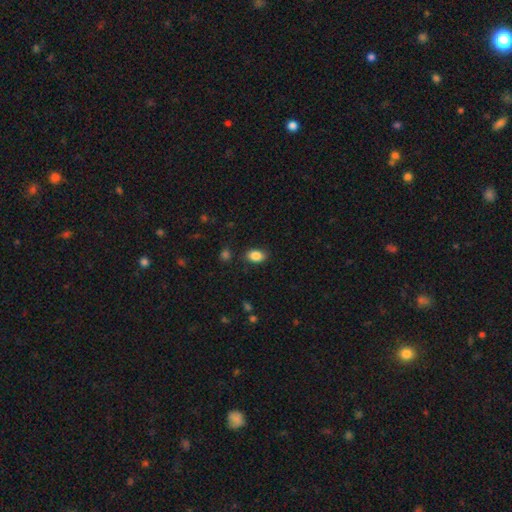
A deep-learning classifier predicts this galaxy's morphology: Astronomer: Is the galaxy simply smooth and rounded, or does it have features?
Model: smooth — 86%.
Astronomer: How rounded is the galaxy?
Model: in between — 86%.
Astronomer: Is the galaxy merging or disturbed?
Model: none — 84%.